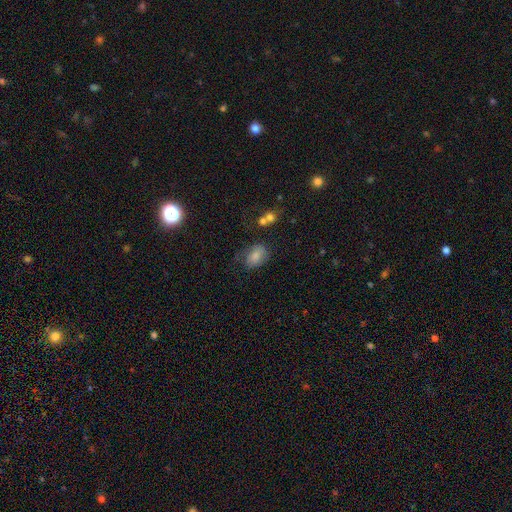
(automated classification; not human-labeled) Smooth or featured? Predicted: smooth (p=0.75). How rounded? Predicted: in between (p=0.79). Merging? Predicted: none (p=0.53).